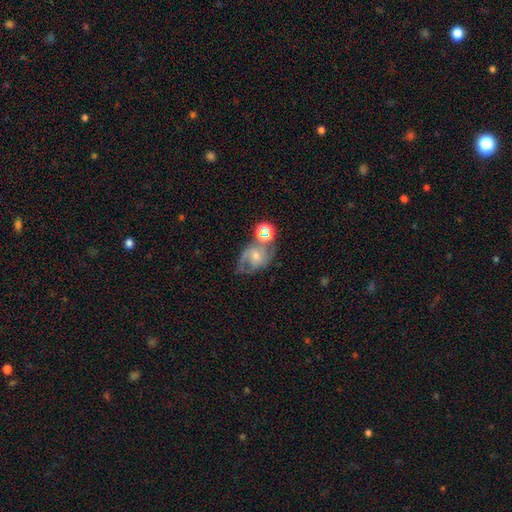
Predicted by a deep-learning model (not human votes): This appears to be a featured or disk galaxy (65%) with no bar (53%), 2 (71%) medium (51%) spiral arms (87%) and a small central bulge (58%). Merging: none (46%).